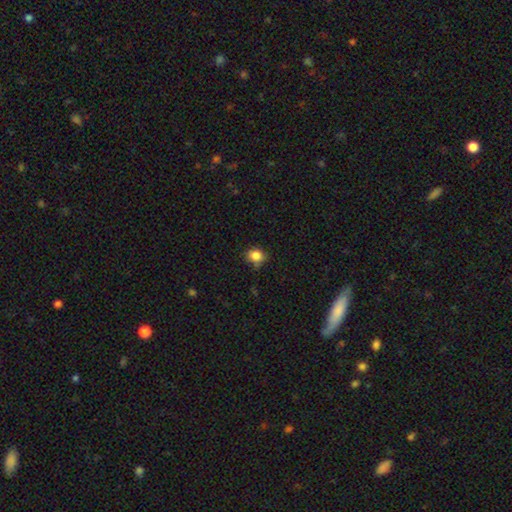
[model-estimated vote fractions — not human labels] smooth 84%, star or artifact 11%, featured or disk 5%. Down the decision tree: how rounded — round (70%); merging — none (70%).